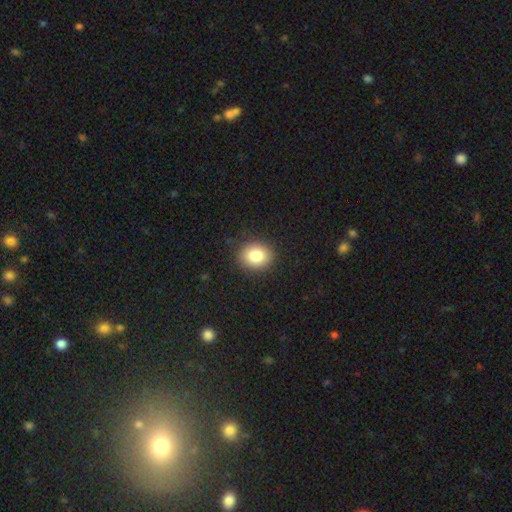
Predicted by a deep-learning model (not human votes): smooth-or-featured: smooth: 83% | star or artifact: 9% | featured or disk: 7%
  how-rounded: round: 66% | in between: 33% | cigar-shaped: 1%
  merging: none: 88% | minor disturbance: 8% | major disturbance: 2% | merger: 1%